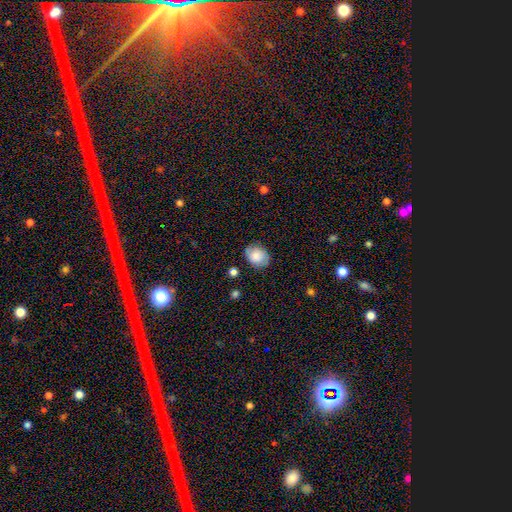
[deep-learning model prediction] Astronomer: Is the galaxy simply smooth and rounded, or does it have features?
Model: smooth — 78%.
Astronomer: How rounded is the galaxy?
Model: in between — 53% (runner-up: round, 46%).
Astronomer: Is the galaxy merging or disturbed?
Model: none — 81%.